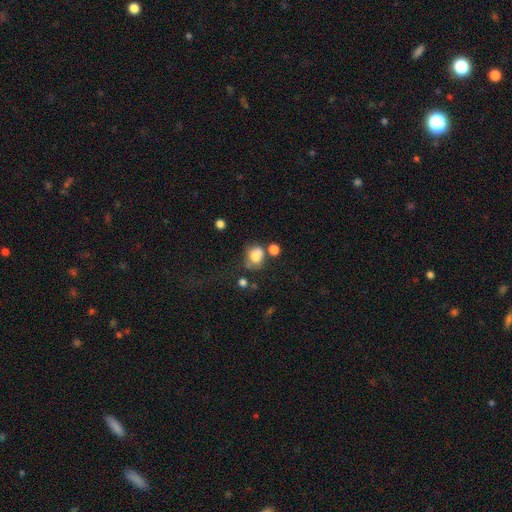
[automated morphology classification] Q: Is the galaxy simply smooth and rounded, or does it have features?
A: smooth — 74%.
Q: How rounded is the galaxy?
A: round — 59%.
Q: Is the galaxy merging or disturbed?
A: none — 40%.